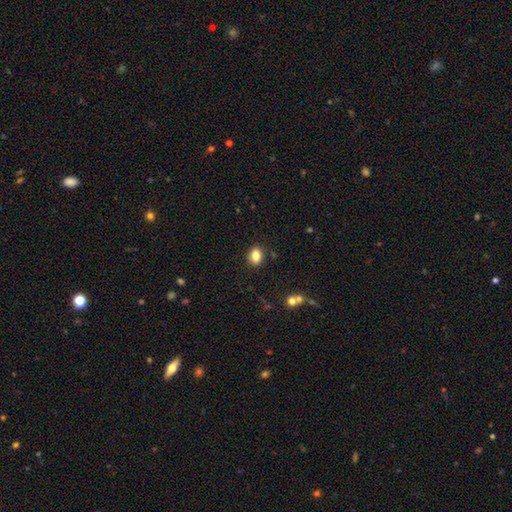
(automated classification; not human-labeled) Overall: smooth (84%). How rounded: in between (69%; round 30%). Merging: none (85%).